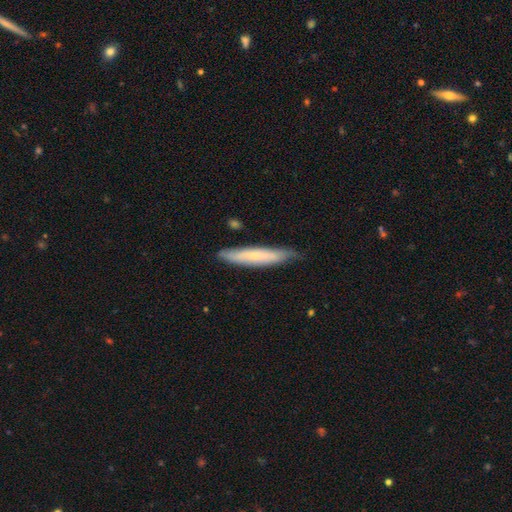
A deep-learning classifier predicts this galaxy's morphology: Smooth or featured?
  - smooth: 65% *
  - featured or disk: 29%
  - star or artifact: 6%
How rounded?
  - cigar-shaped: 90% *
  - in between: 9%
  - round: 1%
Merging?
  - none: 75% *
  - minor disturbance: 20%
  - major disturbance: 3%
  - merger: 2%